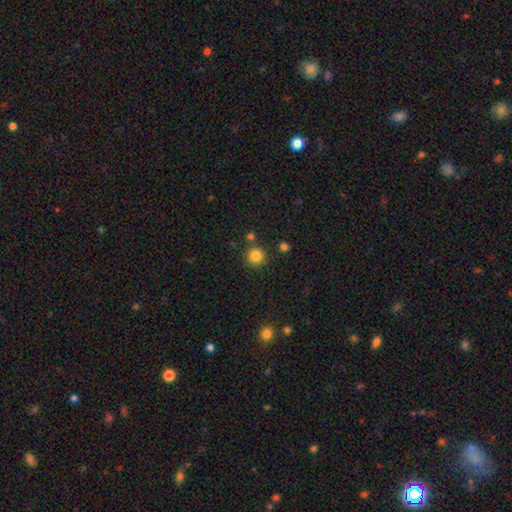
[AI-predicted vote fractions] smooth-or-featured: smooth: 84% | star or artifact: 12% | featured or disk: 5%
  how-rounded: round: 94% | in between: 5% | cigar-shaped: 1%
  merging: none: 82% | minor disturbance: 8% | merger: 7% | major disturbance: 3%